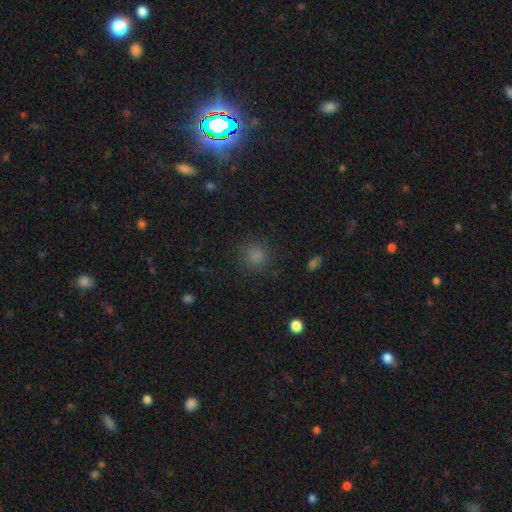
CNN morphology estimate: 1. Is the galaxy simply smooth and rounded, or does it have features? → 80% smooth, 16% star or artifact, 4% featured or disk.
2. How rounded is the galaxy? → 87% round, 12% in between, 1% cigar-shaped.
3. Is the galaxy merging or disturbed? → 84% none, 11% minor disturbance, 4% major disturbance, 1% merger.